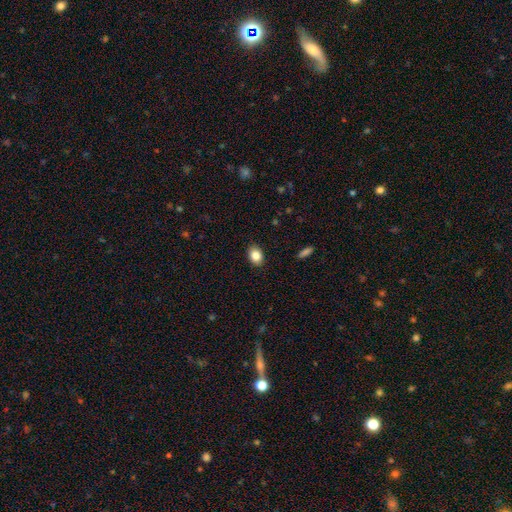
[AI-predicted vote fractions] Smooth or featured: smooth — 85% (star or artifact — 9%)
How rounded: in between — 69% (round — 30%)
Merging: none — 89% (minor disturbance — 8%)